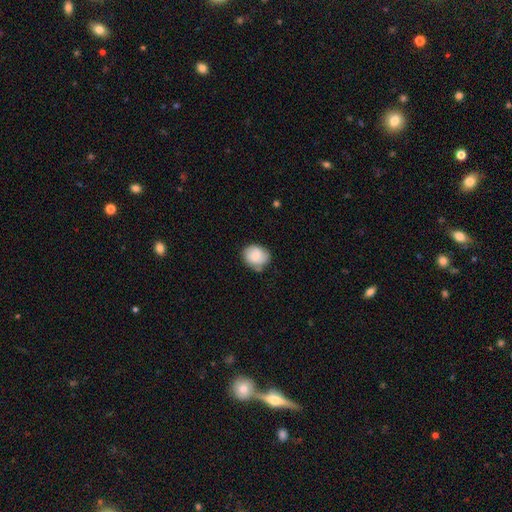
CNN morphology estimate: Smooth or featured? smooth (74%)
How rounded? round (70%)
Merging? none (67%)